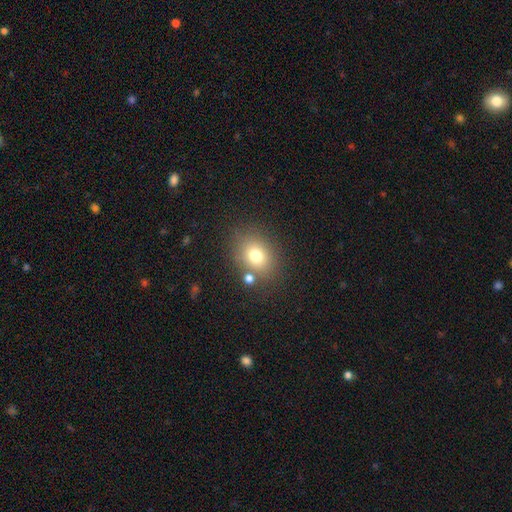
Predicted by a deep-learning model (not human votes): Smooth or featured? Predicted: smooth (p=0.75). How rounded? Predicted: in between (p=0.50). Merging? Predicted: none (p=0.75).